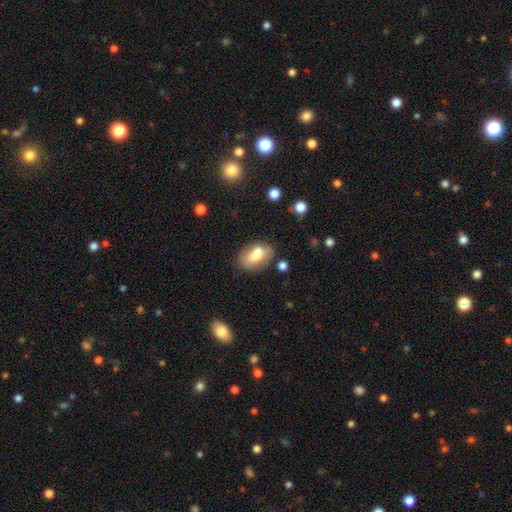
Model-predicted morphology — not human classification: Smooth or featured? smooth (73%)
How rounded? in between (87%)
Merging? none (50%)